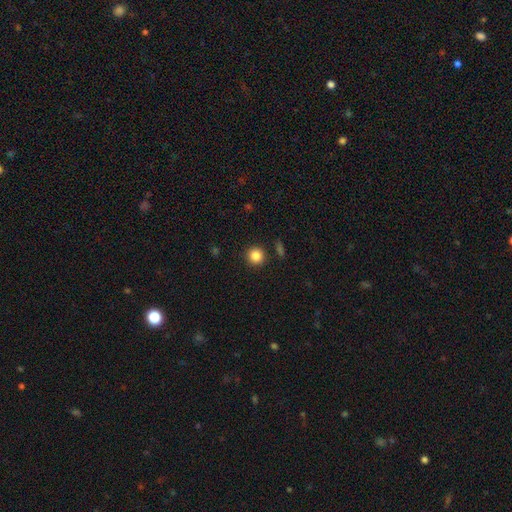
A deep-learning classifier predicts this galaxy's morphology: A smooth galaxy with no disk features (85%) that is round (94%).

Vote fractions:
- Smooth or featured? smooth: 85% / star or artifact: 10% / featured or disk: 4%
- How rounded? round: 94% / in between: 5% / cigar-shaped: 1%
- Merging? none: 90% / minor disturbance: 6% / major disturbance: 2% / merger: 2%